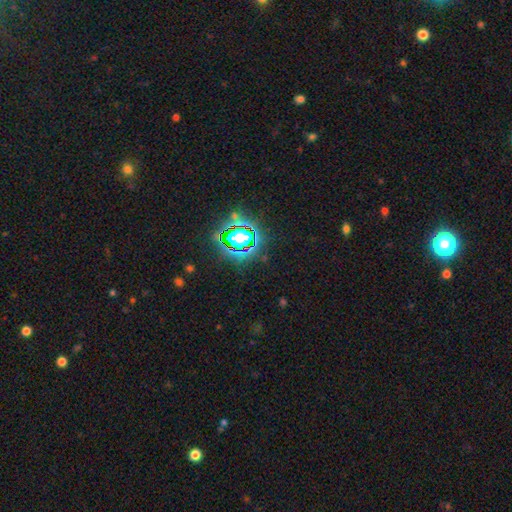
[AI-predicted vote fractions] smooth-or-featured: star or artifact: 83% | smooth: 11% | featured or disk: 6%